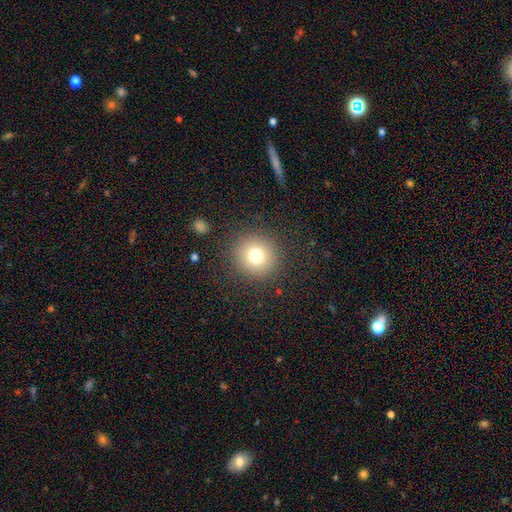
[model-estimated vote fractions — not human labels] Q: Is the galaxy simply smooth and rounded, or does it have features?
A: smooth — 76%.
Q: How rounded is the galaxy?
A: round — 93%.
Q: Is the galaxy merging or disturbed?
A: none — 89%.